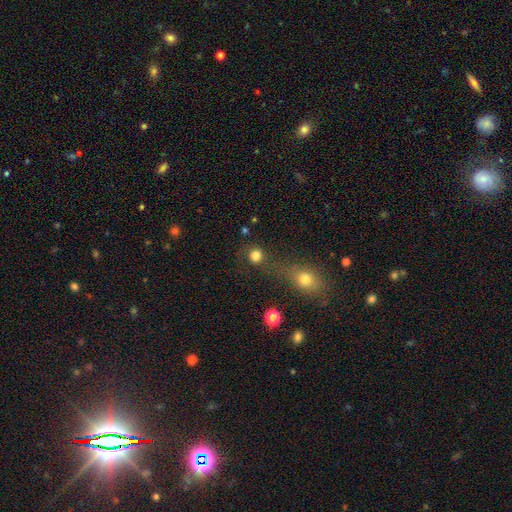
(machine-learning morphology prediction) Smooth or featured?
  - smooth: 80% *
  - star or artifact: 13%
  - featured or disk: 7%
How rounded?
  - round: 91% *
  - in between: 8%
  - cigar-shaped: 1%
Merging?
  - none: 66% *
  - merger: 17%
  - minor disturbance: 10%
  - major disturbance: 7%